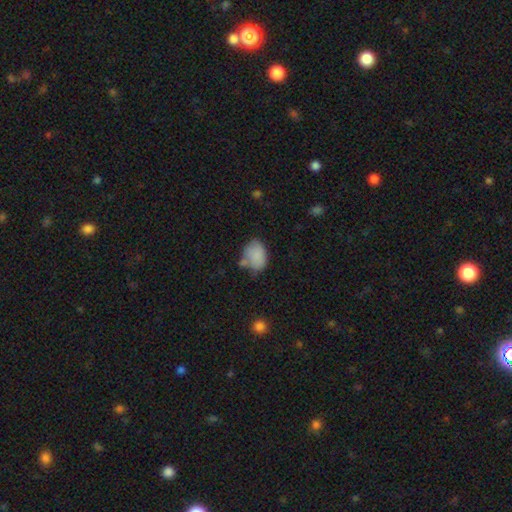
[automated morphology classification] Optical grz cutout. It shows a smooth galaxy with no disk features (83%) that is in between round and cigar-shaped (73%). Merging: none (51%).